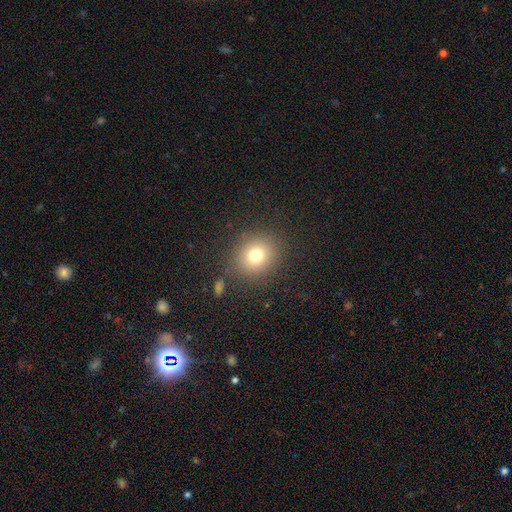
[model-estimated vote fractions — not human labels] Overall: smooth (75%). How rounded: round (81%). Merging: none (85%).